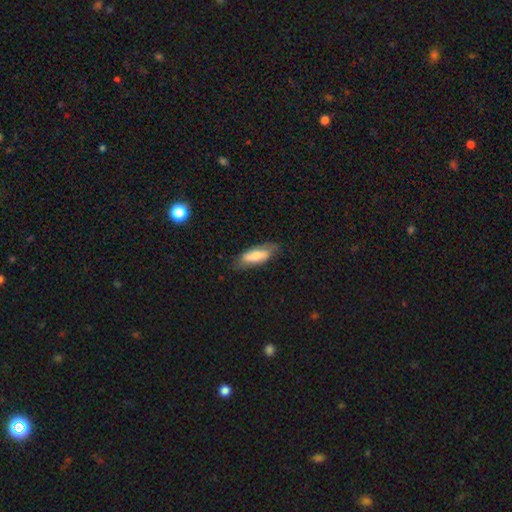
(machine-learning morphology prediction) Smooth or featured: smooth — 56% (featured or disk — 37%)
How rounded: in between — 71% (cigar-shaped — 26%)
Merging: none — 73% (minor disturbance — 20%)